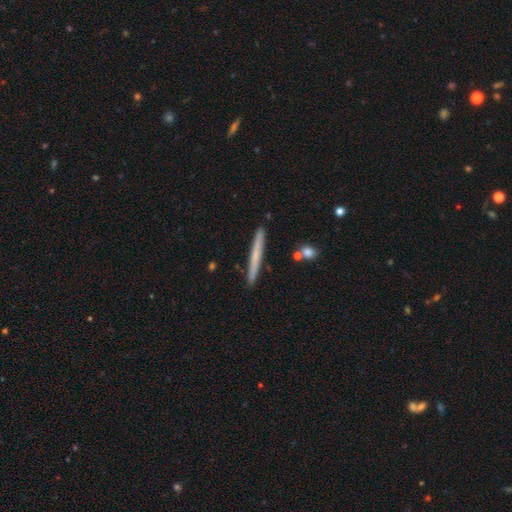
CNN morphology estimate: Smooth or featured? Predicted: smooth (p=0.55). How rounded? Predicted: cigar-shaped (p=0.97). Merging? Predicted: none (p=0.90).